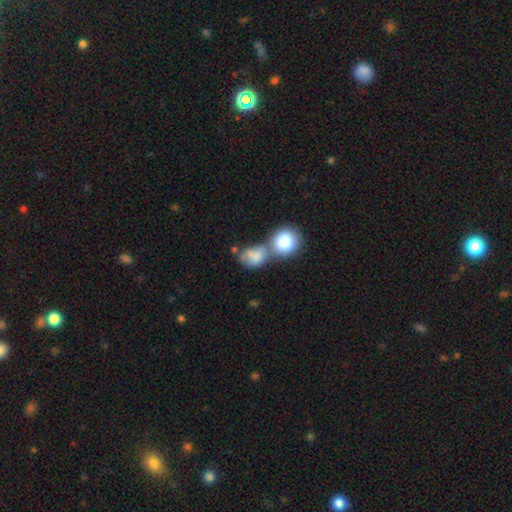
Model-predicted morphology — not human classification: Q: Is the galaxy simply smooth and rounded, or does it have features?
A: smooth — 76%.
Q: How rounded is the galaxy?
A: in between — 55%.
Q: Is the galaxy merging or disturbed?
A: merger — 68%.